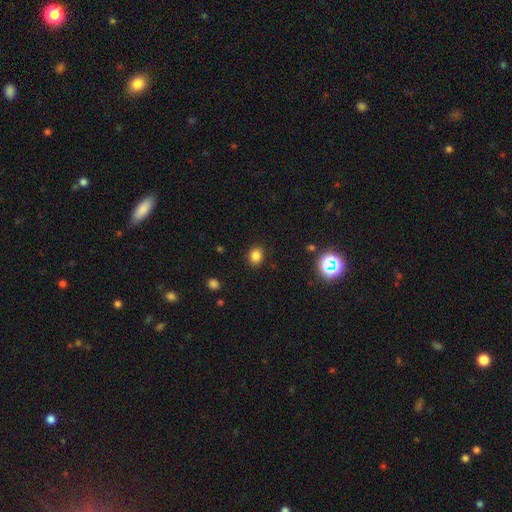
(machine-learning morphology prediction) Smooth or featured? Predicted: smooth (p=0.82). How rounded? Predicted: round (p=0.66). Merging? Predicted: none (p=0.89).